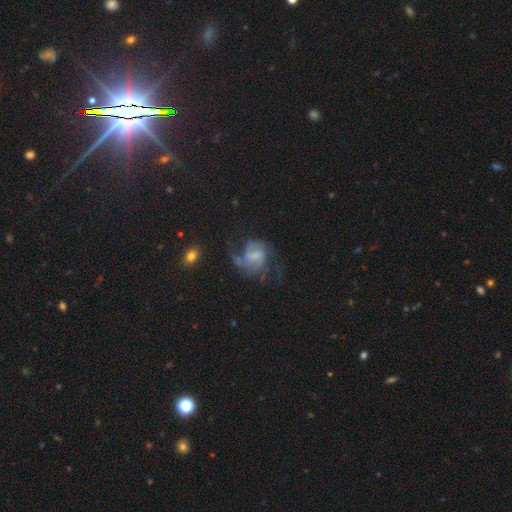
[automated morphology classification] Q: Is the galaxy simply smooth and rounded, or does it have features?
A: featured or disk — 73%.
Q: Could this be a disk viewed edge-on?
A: no — 98%.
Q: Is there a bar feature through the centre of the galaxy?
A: weak — 48%.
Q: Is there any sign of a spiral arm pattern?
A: yes — 86%.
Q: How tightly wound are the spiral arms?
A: medium — 48%.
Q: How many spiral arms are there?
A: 2 — 40%.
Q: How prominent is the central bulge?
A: small — 39%.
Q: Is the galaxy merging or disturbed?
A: none — 44%.